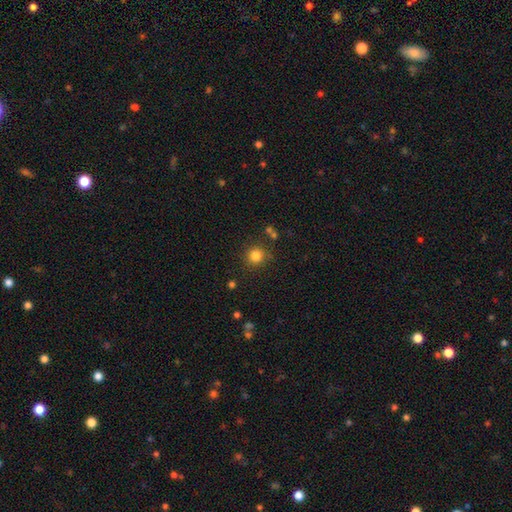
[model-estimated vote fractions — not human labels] The model was most divided on "smooth or featured": smooth: 81%, star or artifact: 13%, featured or disk: 5%. More confident: how rounded — round (93%); merging — none (84%).